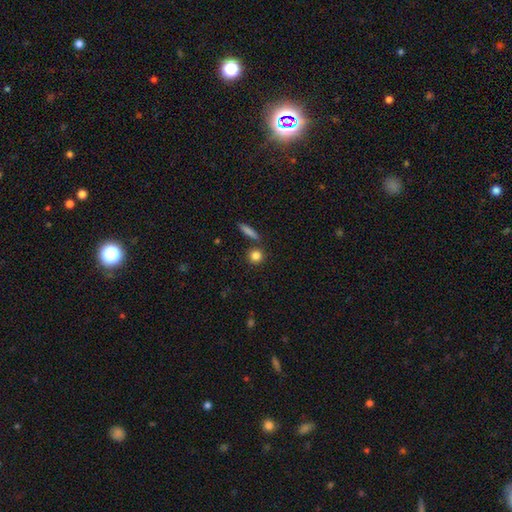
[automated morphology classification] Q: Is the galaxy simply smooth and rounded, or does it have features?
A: smooth — 84%.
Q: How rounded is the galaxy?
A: round — 85%.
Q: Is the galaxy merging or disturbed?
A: none — 80%.